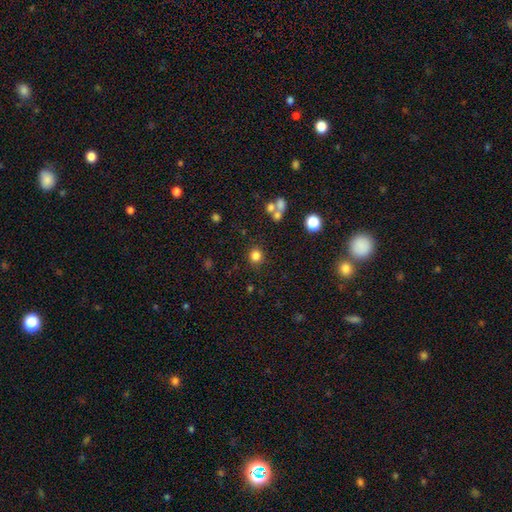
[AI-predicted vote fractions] Smooth or featured? Predicted: smooth (p=0.81). How rounded? Predicted: round (p=0.89). Merging? Predicted: none (p=0.84).